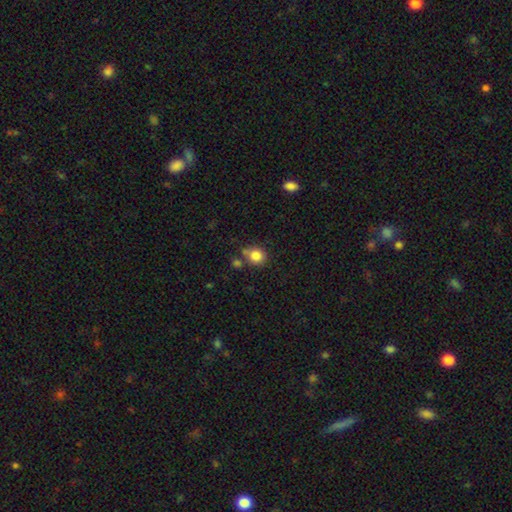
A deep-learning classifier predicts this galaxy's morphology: A smooth galaxy with no disk features (84%) that is round (83%). Merging: none (67%).